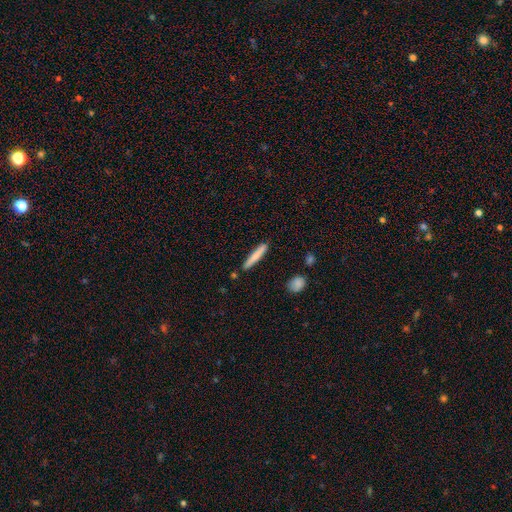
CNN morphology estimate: A smooth galaxy with no disk features (76%) that is cigar-shaped (94%). Merging: none (87%).